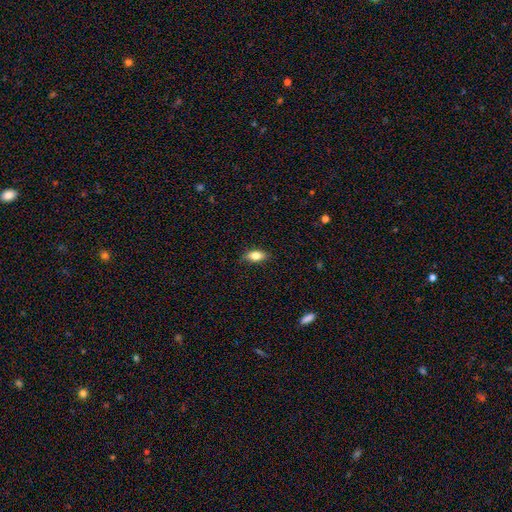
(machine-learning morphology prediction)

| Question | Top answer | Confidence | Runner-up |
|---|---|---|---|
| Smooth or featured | smooth | 79% | featured or disk (13%) |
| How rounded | in between | 85% | cigar-shaped (9%) |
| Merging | none | 83% | minor disturbance (13%) |